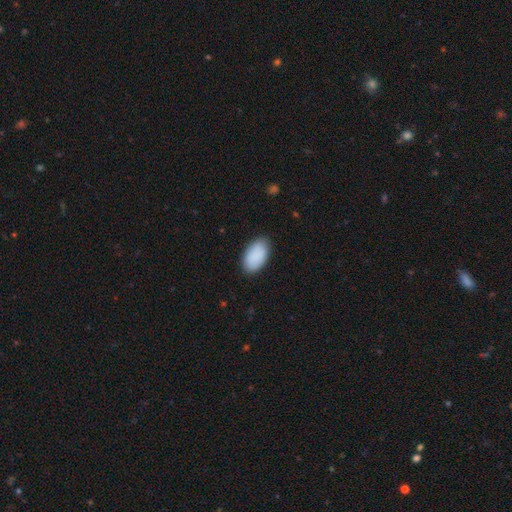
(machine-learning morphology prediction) This appears to be a smooth galaxy with no disk features (90%) that is in between round and cigar-shaped (95%). Merging: none (83%).